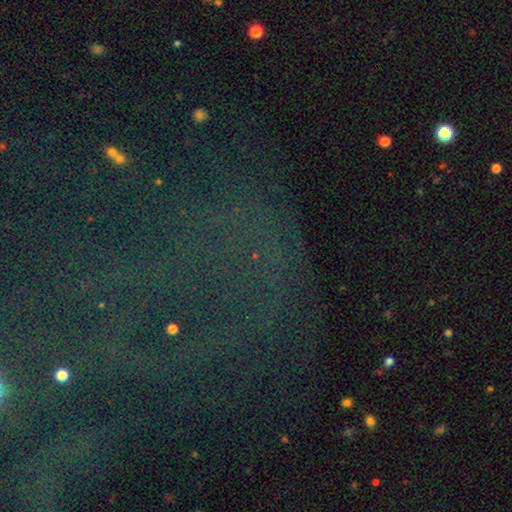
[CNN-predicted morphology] A star or artifact, not a galaxy (73%).

Vote fractions:
- Smooth or featured? star or artifact: 73% / smooth: 14% / featured or disk: 14%